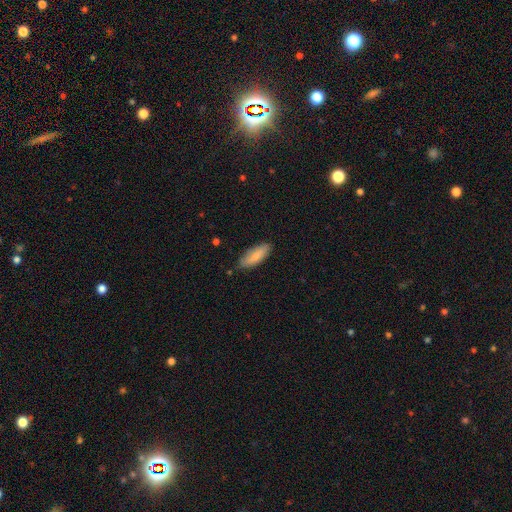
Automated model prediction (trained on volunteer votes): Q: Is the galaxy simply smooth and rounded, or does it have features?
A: smooth — 79%.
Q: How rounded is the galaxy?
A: in between — 63%.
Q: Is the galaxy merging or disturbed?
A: none — 81%.